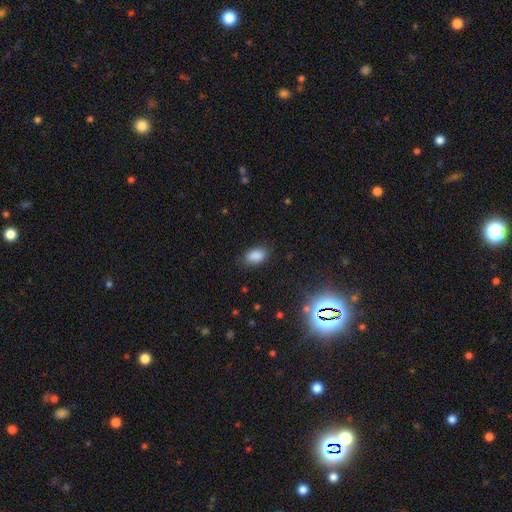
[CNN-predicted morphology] Smooth or featured: smooth — 86% (star or artifact — 10%)
How rounded: in between — 90% (round — 8%)
Merging: none — 82% (minor disturbance — 13%)